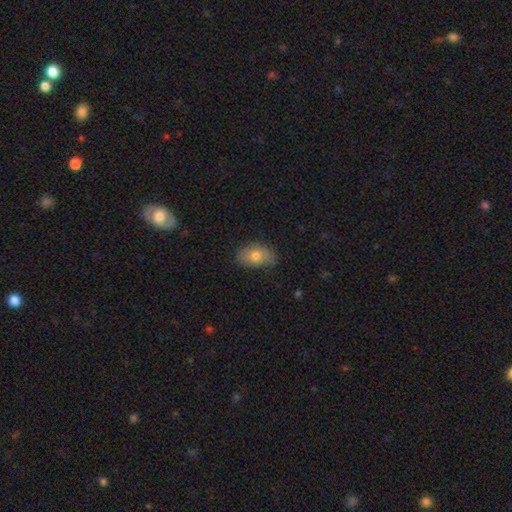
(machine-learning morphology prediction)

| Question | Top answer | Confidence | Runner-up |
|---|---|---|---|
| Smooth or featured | smooth | 75% | featured or disk (17%) |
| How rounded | in between | 87% | round (11%) |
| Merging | none | 75% | minor disturbance (20%) |